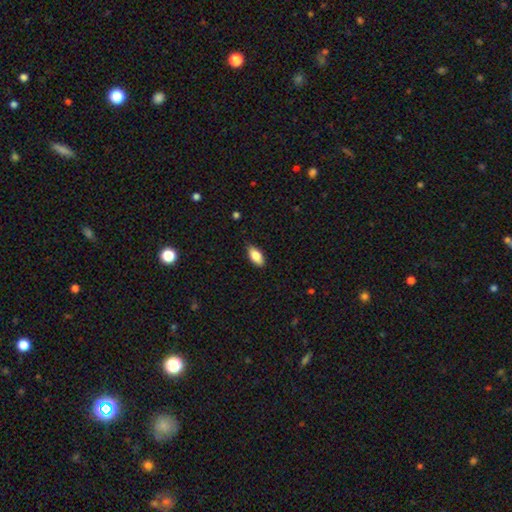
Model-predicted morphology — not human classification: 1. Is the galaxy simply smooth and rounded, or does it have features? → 82% smooth, 11% featured or disk, 7% star or artifact.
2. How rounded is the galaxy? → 89% in between, 8% cigar-shaped, 3% round.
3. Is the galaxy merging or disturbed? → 82% none, 15% minor disturbance, 2% major disturbance, 1% merger.